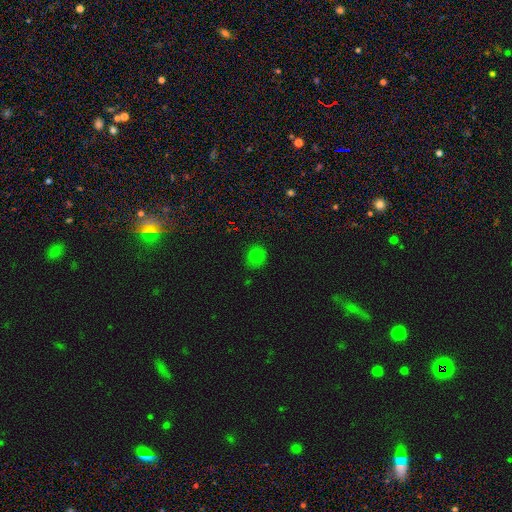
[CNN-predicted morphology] Overall: smooth (76%). How rounded: round (79%). Merging: none (84%).